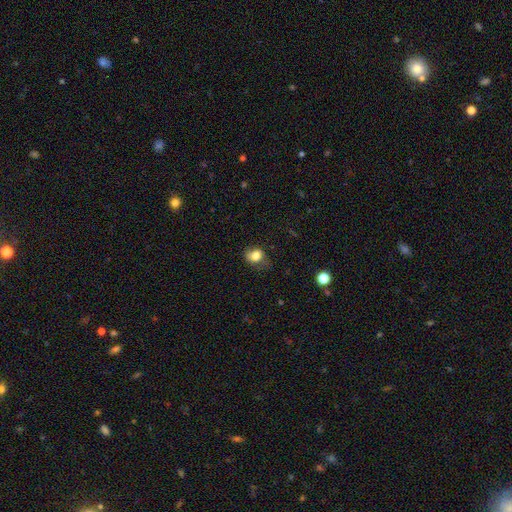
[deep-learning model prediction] smooth 78%, featured or disk 11%, star or artifact 10%. Down the decision tree: how rounded — round (53%); merging — none (58%).